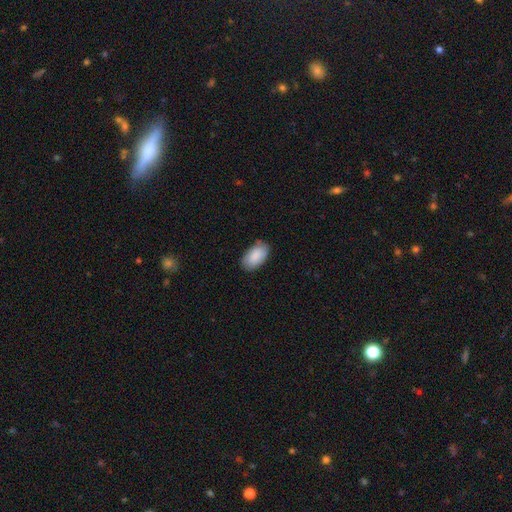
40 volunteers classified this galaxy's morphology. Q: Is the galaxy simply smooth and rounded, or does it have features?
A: smooth — 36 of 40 (90%).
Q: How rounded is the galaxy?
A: in between — 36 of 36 (100%).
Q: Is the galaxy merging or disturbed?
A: none — 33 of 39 (85%).